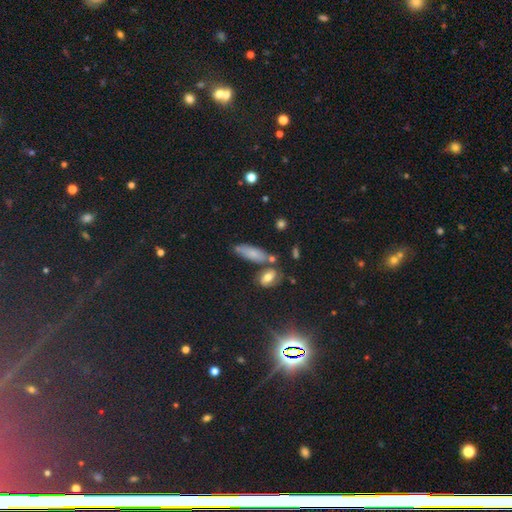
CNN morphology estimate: This is marginally a star or artifact rather than a galaxy (43%).